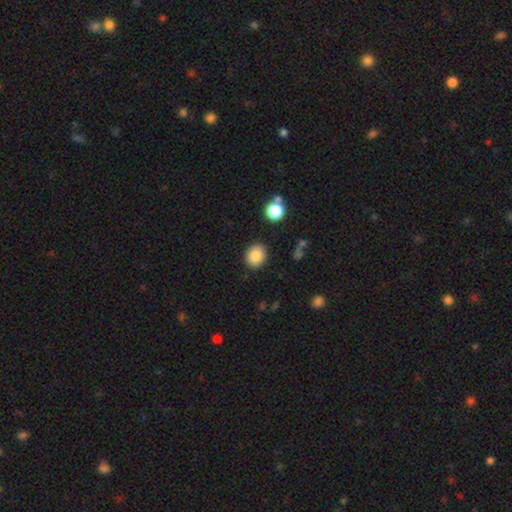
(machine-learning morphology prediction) Smooth or featured? smooth (86%)
How rounded? round (64%)
Merging? none (88%)